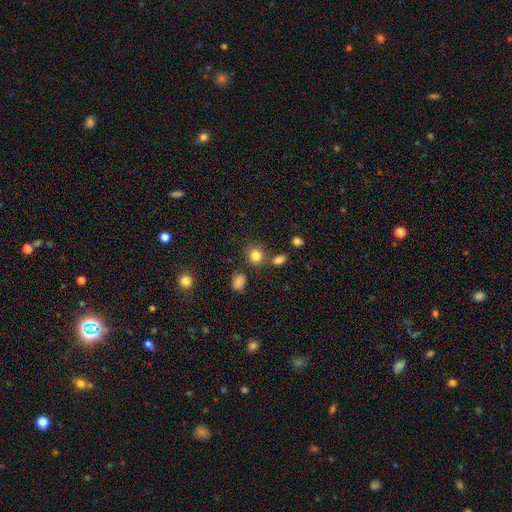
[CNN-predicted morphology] This appears to be a smooth galaxy with no disk features (82%) that is round (78%). Merging: none (75%).